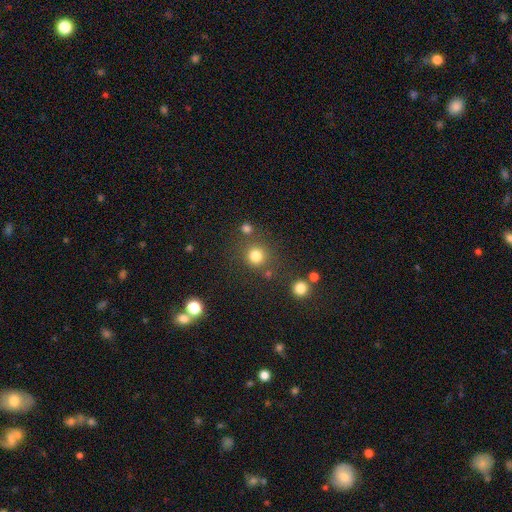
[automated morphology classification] Overall: smooth (81%). How rounded: round (92%). Merging: none (79%).